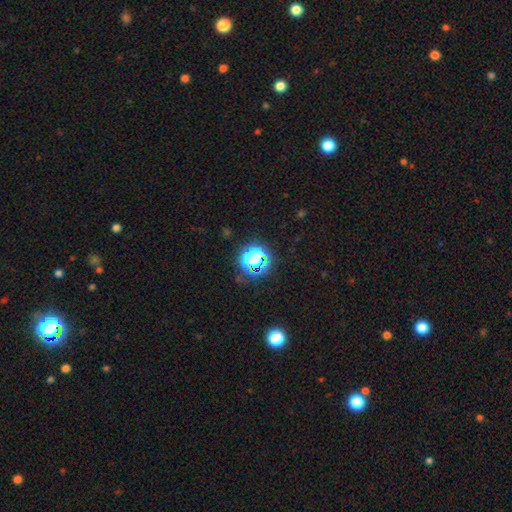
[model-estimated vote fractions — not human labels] This is possibly a star or artifact rather than a galaxy (55%).